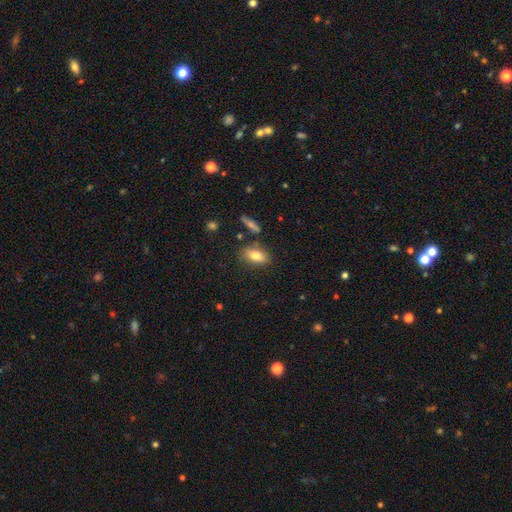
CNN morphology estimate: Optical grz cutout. It shows a smooth galaxy with no disk features (79%) that is in between round and cigar-shaped (86%). Merging: none (77%).